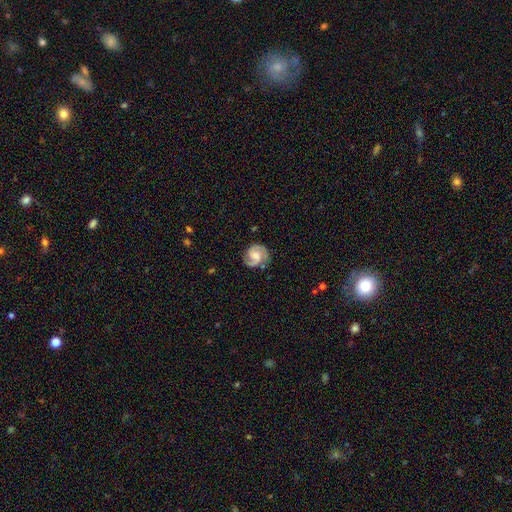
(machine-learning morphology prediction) This appears to be a featured or disk galaxy (87%) with no bar (45%), 2 (91%) medium (50%) spiral arms (98%) and a moderate central bulge (43%). Merging: none (79%).